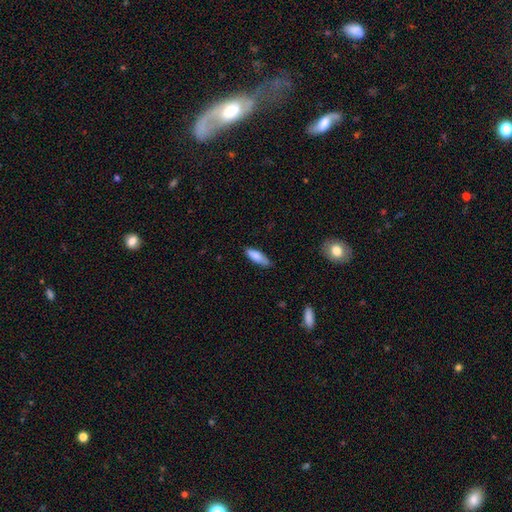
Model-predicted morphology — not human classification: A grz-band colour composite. It shows a smooth galaxy with no disk features (84%) that is in between round and cigar-shaped (55%). Merging: none (72%).